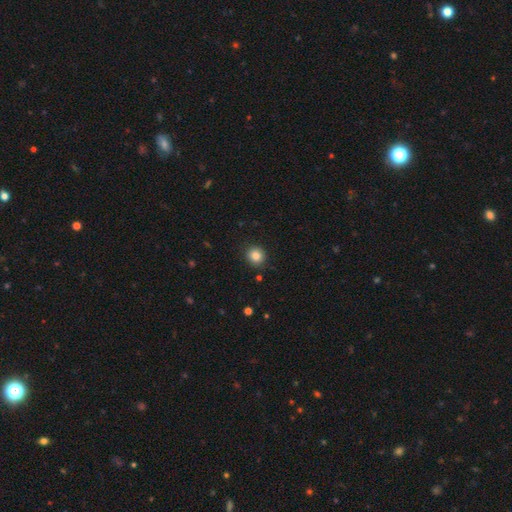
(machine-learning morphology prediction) This appears to be a smooth galaxy with no disk features (84%) that is round (88%). Merging: none (89%).